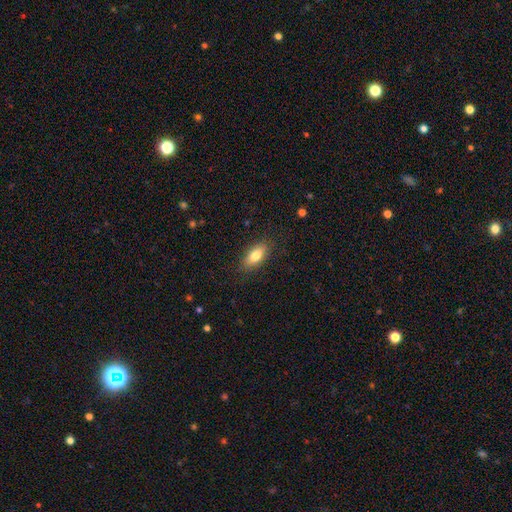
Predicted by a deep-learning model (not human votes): Smooth or featured? smooth (79%)
How rounded? in between (80%)
Merging? none (86%)